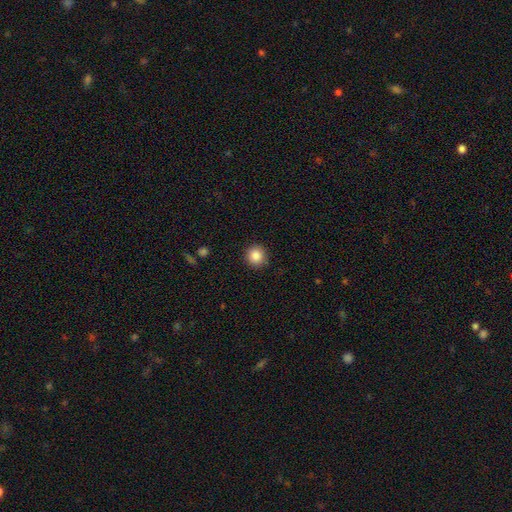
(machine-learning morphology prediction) Smooth or featured? smooth (86%)
How rounded? round (93%)
Merging? none (90%)